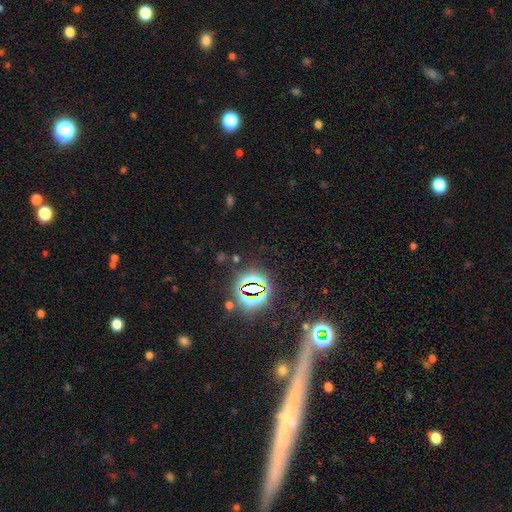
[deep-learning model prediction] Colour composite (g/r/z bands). It shows a featured or disk galaxy (40%). Merging: none (83%).